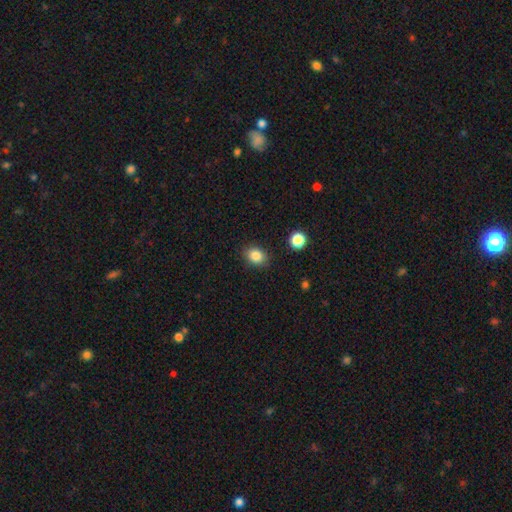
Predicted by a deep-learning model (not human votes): Overall: smooth (85%). How rounded: in between (54%; round 45%). Merging: none (86%).